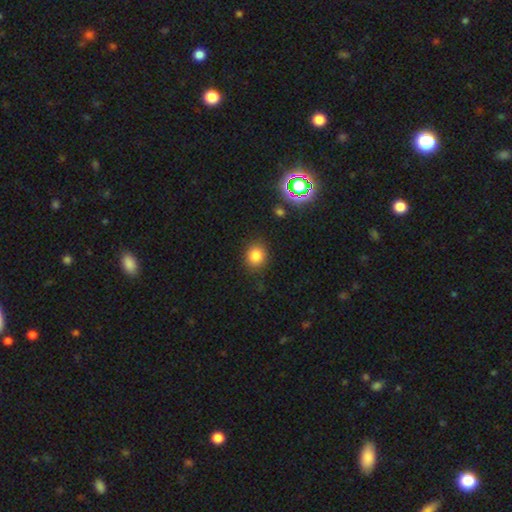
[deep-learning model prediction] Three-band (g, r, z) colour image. It shows a smooth galaxy with no disk features (82%) that is round (76%). Merging: none (84%).